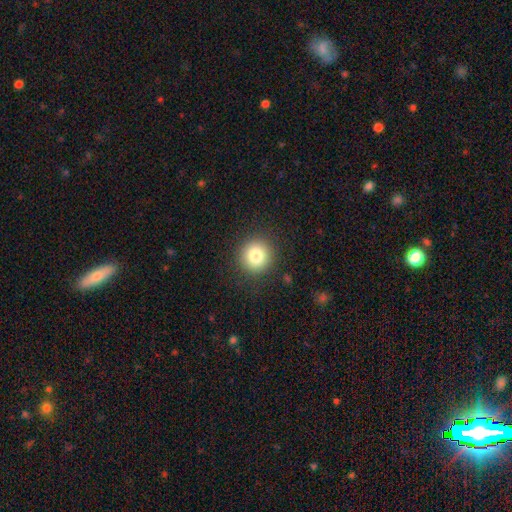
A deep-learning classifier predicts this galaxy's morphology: This appears to be a smooth galaxy with no disk features (82%) that is round (94%). Merging: none (90%).